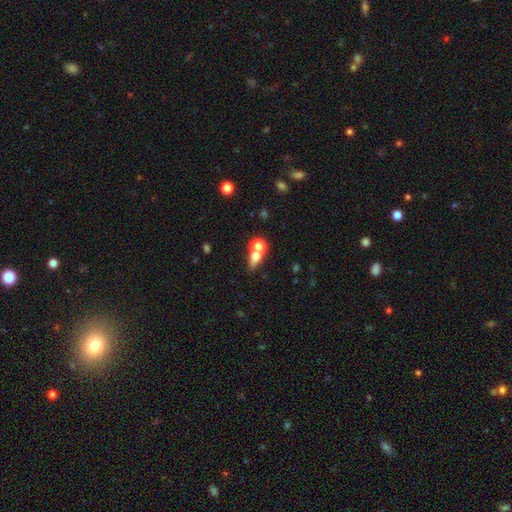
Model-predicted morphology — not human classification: smooth_or_featured: smooth (p=0.68) [alt: featured or disk p=0.20]
how_rounded: in between (p=0.45) [alt: round p=0.42]
merging: merger (p=0.54) [alt: none p=0.33]